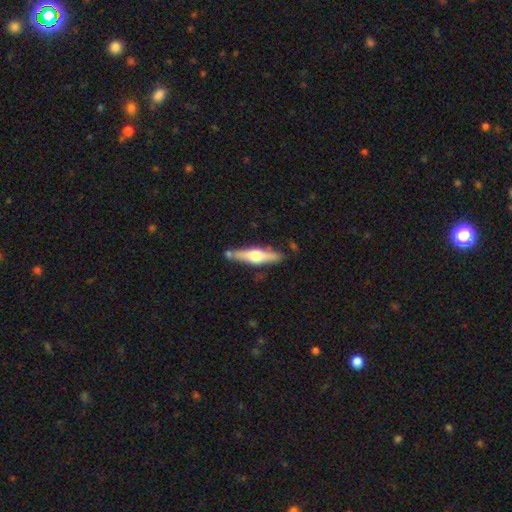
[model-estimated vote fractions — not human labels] This appears to be a featured or disk galaxy (62%) viewed edge-on (95%) with a rounded central bulge (91%). Merging: none (76%).